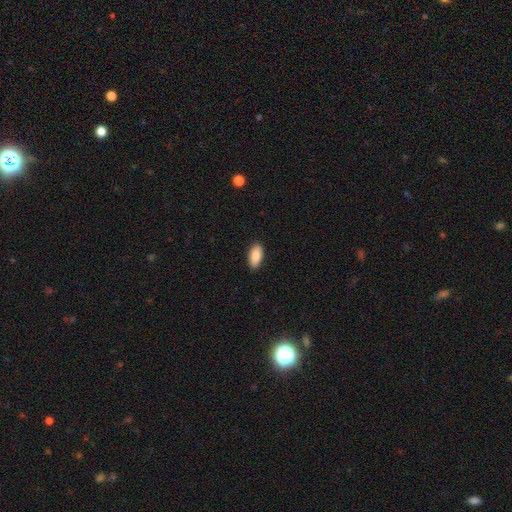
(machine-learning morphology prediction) This appears to be a smooth galaxy with no disk features (89%) that is in between round and cigar-shaped (92%). Merging: none (90%).